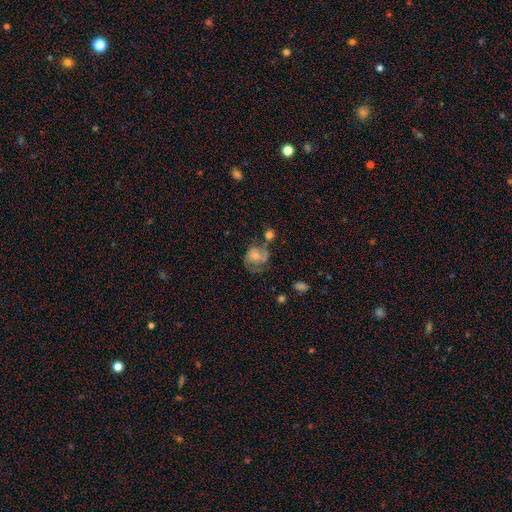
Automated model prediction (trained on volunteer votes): Overall: smooth (54%; featured or disk 36%). How rounded: round (65%; in between 34%). Merging: none (37%; minor disturbance 25%).